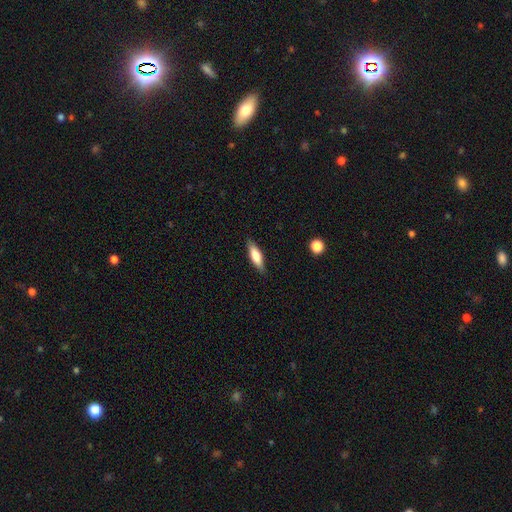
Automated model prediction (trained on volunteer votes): Q: Smooth or featured?
A: smooth (69%); runner-up: featured or disk (25%)
Q: How rounded?
A: cigar-shaped (51%); runner-up: in between (47%)
Q: Merging?
A: none (86%); runner-up: minor disturbance (11%)